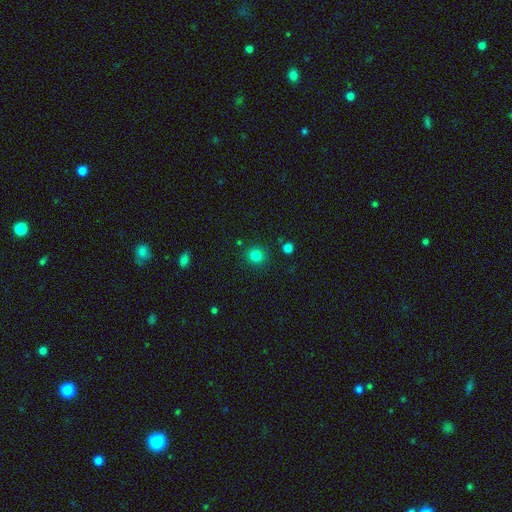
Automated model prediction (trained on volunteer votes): Morphology: type=smooth (81%); roundness=round (91%); merging=none (88%).